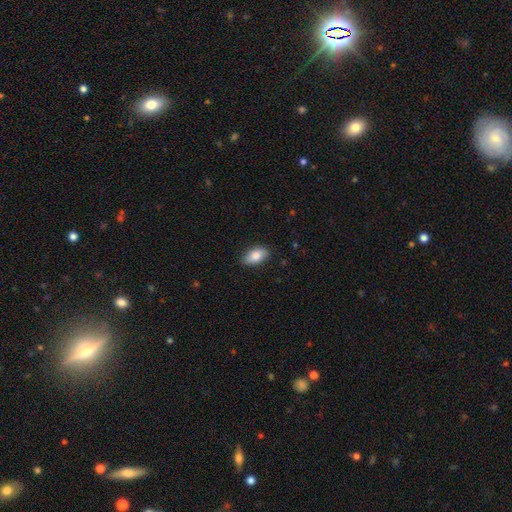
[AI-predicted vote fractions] A smooth galaxy with no disk features (84%) that is in between round and cigar-shaped (92%). Merging: none (85%).